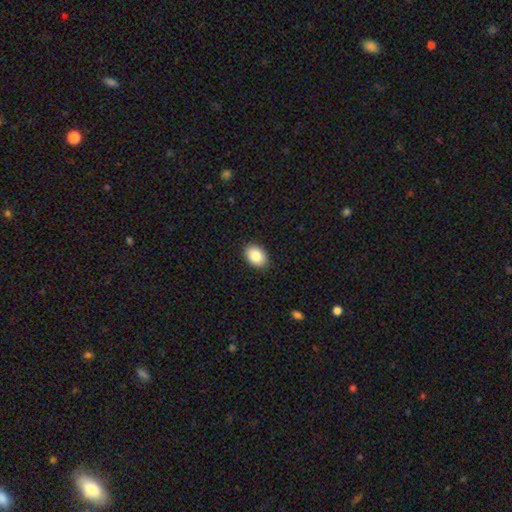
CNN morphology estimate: type=smooth (86%); roundness=in between (78%); merging=none (90%).